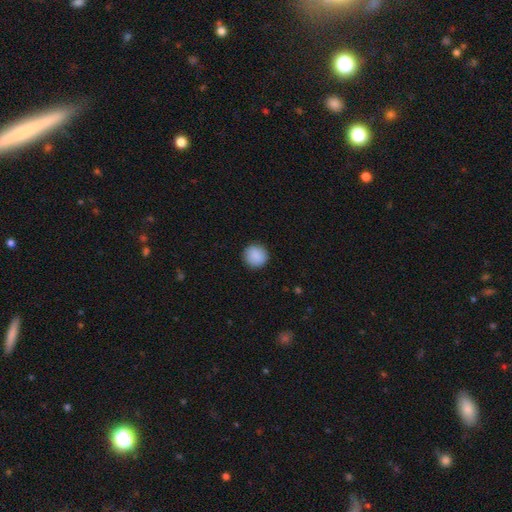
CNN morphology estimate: A smooth galaxy with no disk features (90%) that is round (93%). Merging: none (91%).